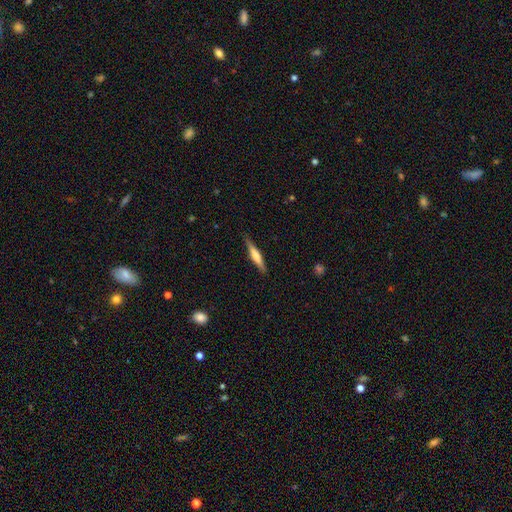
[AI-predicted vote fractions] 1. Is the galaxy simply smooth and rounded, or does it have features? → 54% featured or disk, 40% smooth, 6% star or artifact.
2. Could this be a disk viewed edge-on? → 97% yes, 3% no.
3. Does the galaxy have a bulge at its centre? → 75% rounded, 16% boxy, 9% none.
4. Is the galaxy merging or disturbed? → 87% none, 10% minor disturbance, 2% major disturbance, 1% merger.